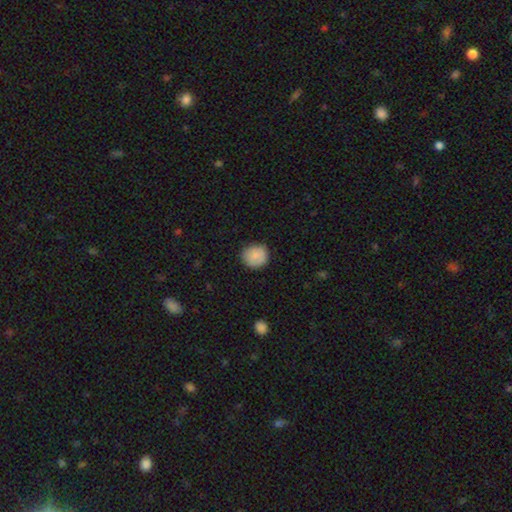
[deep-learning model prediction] A smooth galaxy with no disk features (88%) that is round (89%). Merging: none (87%).